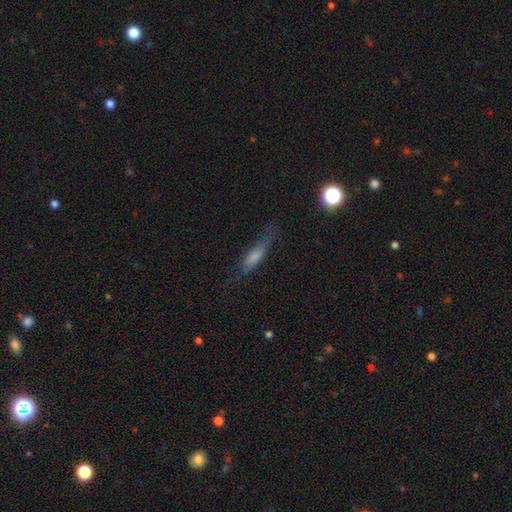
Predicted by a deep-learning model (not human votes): A smooth galaxy with no disk features (52%) that is cigar-shaped (71%).

Vote fractions:
- Smooth or featured? smooth: 52% / featured or disk: 34% / star or artifact: 14%
- How rounded? cigar-shaped: 71% / in between: 26% / round: 3%
- Merging? none: 59% / minor disturbance: 26% / major disturbance: 13% / merger: 2%